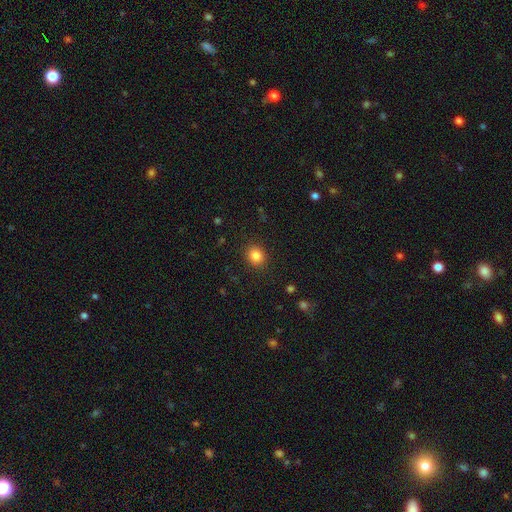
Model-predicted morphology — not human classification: A smooth galaxy with no disk features (84%) that is round (77%). Merging: none (89%).